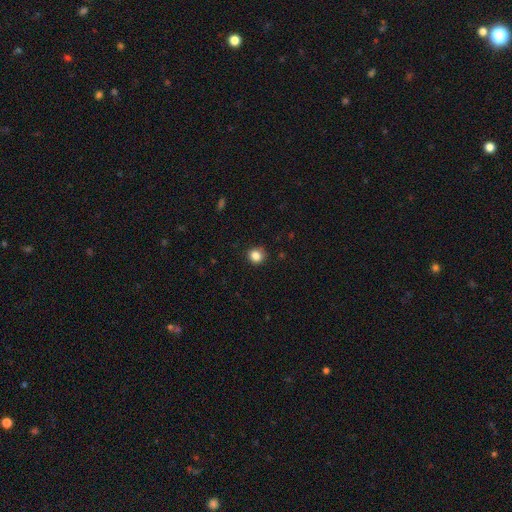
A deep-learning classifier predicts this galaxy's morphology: Smooth or featured? smooth (85%)
How rounded? round (83%)
Merging? none (85%)